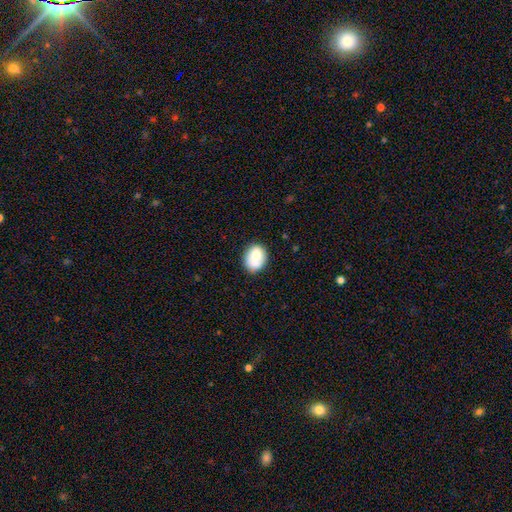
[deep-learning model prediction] smooth-or-featured: smooth: 72% | featured or disk: 21% | star or artifact: 8%
  how-rounded: round: 51% | in between: 48% | cigar-shaped: 1%
  merging: none: 59% | minor disturbance: 20% | merger: 15% | major disturbance: 6%